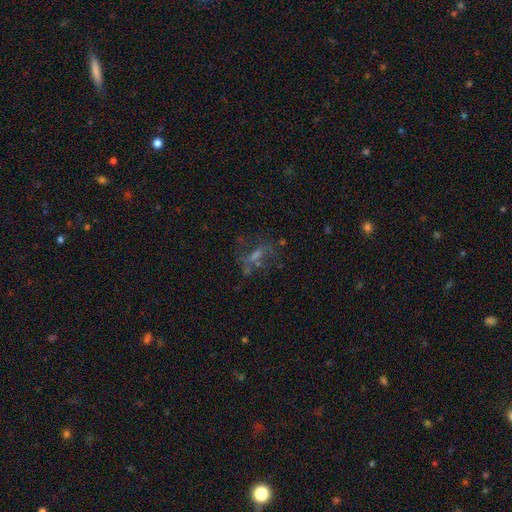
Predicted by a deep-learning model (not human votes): This appears to be a featured or disk galaxy (44%). Merging: none (53%).